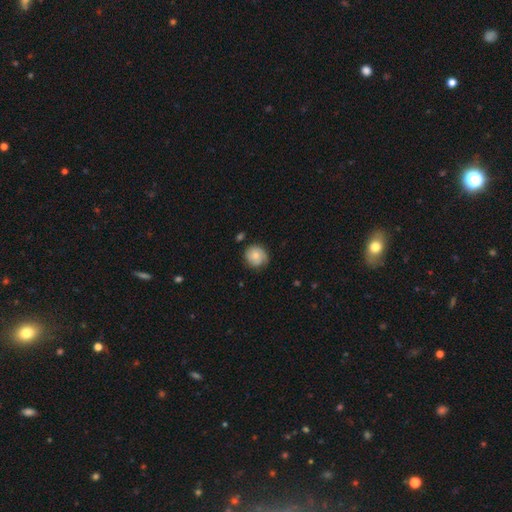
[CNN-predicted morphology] Smooth or featured? smooth (56%)
How rounded? round (84%)
Merging? none (70%)